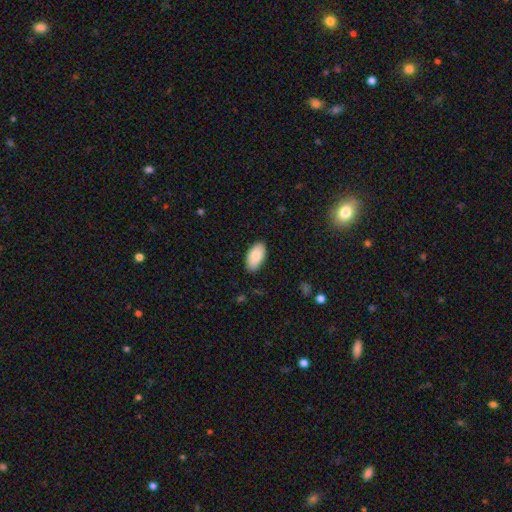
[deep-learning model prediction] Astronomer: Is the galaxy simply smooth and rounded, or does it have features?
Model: smooth — 86%.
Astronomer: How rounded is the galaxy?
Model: in between — 96%.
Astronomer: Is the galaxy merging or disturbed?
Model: none — 87%.